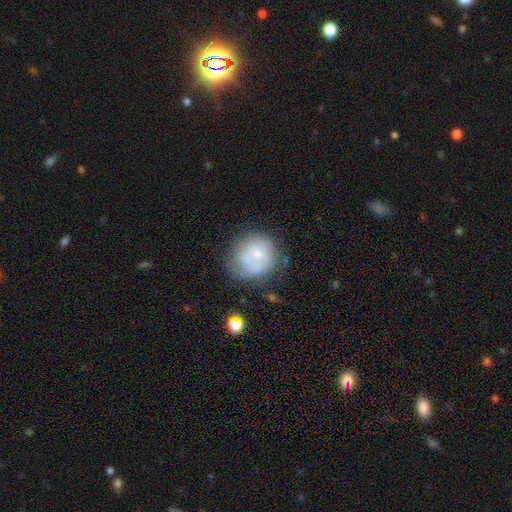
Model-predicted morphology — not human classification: Smooth or featured? Predicted: smooth (p=0.54). How rounded? Predicted: round (p=0.84). Merging? Predicted: none (p=0.50).